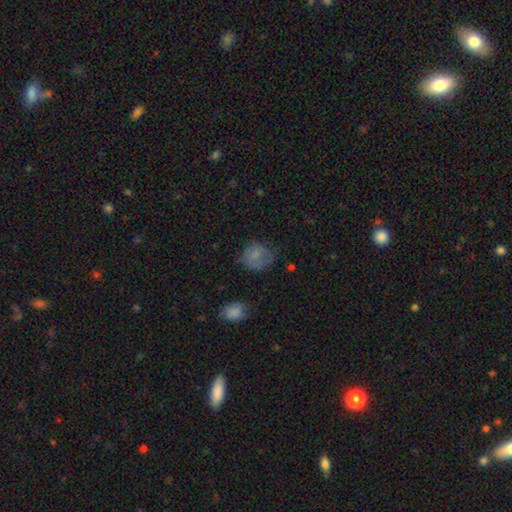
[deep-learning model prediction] Smooth or featured? Predicted: smooth (p=0.71). How rounded? Predicted: round (p=0.66). Merging? Predicted: none (p=0.53).